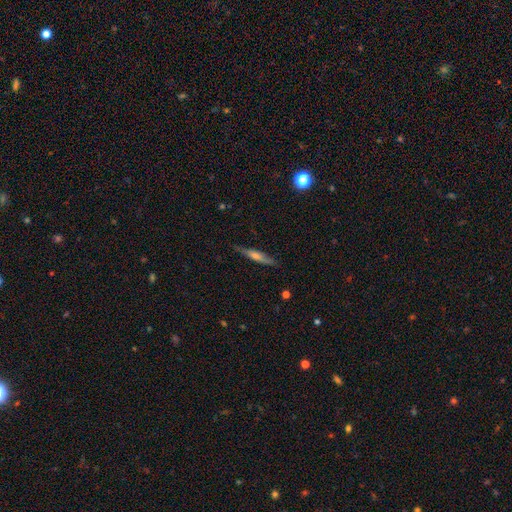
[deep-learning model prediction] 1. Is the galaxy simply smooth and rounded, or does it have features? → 57% featured or disk, 37% smooth, 7% star or artifact.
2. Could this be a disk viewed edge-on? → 92% yes, 8% no.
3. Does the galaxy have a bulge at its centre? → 70% rounded, 19% none, 11% boxy.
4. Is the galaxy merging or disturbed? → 83% none, 13% minor disturbance, 2% major disturbance, 1% merger.